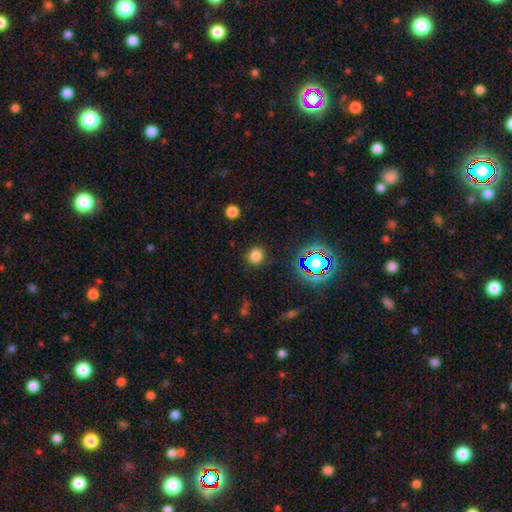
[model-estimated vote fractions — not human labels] This appears to be a smooth galaxy with no disk features (76%) that is round (86%). Merging: none (87%).